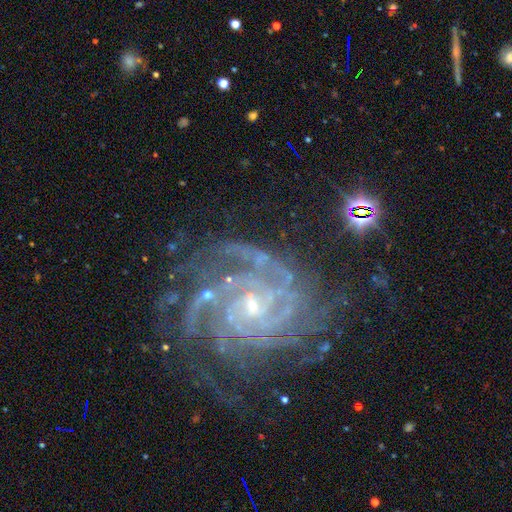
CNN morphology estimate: A featured or disk galaxy (89%) with no bar (53%), 4 (24%) tight (73%) spiral arms (98%) and a small central bulge (73%).

Vote fractions:
- Smooth or featured? featured or disk: 89% / star or artifact: 7% / smooth: 4%
- Edge-on disk? no: 98% / yes: 2%
- Bar? no: 53% / weak: 36% / strong: 12%
- Spiral arms? yes: 98% / no: 2%
- Spiral winding? tight: 73% / medium: 24% / loose: 4%
- Spiral arm count? 4: 24% / can't tell: 22% / more than 4: 20% / 3: 15% / 2: 11% / 1: 8%
- Bulge size? small: 73% / moderate: 20% / none: 4% / large: 1% / dominant: 1%
- Merging? none: 67% / minor disturbance: 19% / major disturbance: 11% / merger: 3%